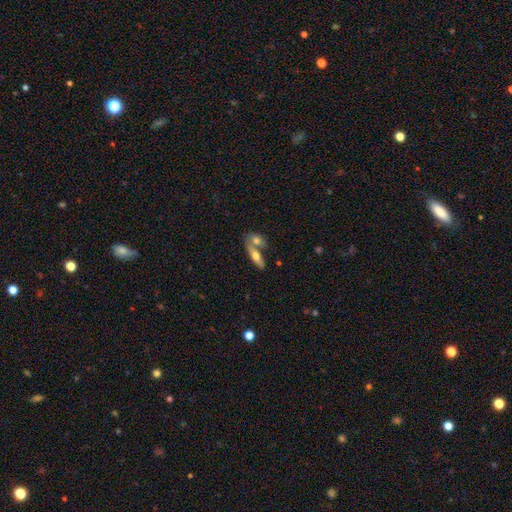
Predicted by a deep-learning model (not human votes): A smooth galaxy with no disk features (54%) that is cigar-shaped (49%).

Vote fractions:
- Smooth or featured? smooth: 54% / featured or disk: 39% / star or artifact: 7%
- How rounded? cigar-shaped: 49% / in between: 47% / round: 4%
- Merging? none: 45% / merger: 43% / minor disturbance: 9% / major disturbance: 3%